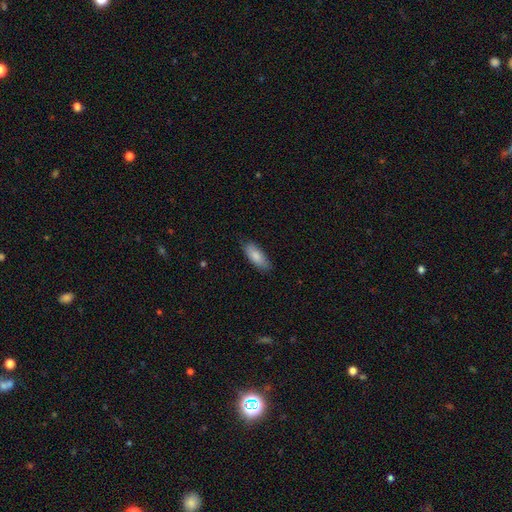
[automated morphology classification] Q: Smooth or featured?
A: smooth (85%); runner-up: featured or disk (10%)
Q: How rounded?
A: in between (77%); runner-up: cigar-shaped (21%)
Q: Merging?
A: none (80%); runner-up: minor disturbance (16%)